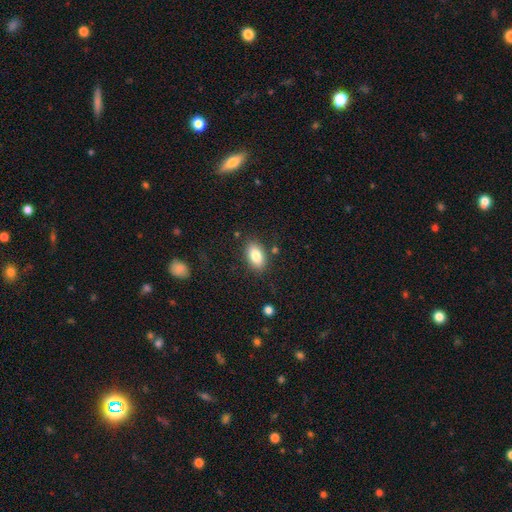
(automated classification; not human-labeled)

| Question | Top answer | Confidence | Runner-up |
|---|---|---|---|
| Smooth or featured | smooth | 83% | featured or disk (10%) |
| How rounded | in between | 90% | round (8%) |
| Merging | none | 83% | minor disturbance (11%) |